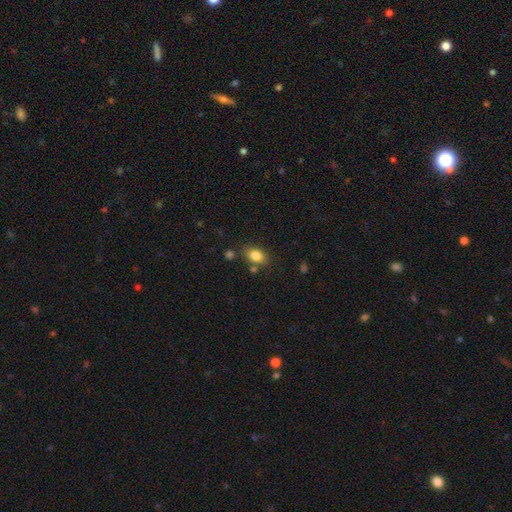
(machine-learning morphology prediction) The model was most divided on "how rounded": in between: 76%, round: 22%, cigar-shaped: 2%. More confident: smooth or featured — smooth (83%); merging — none (76%).